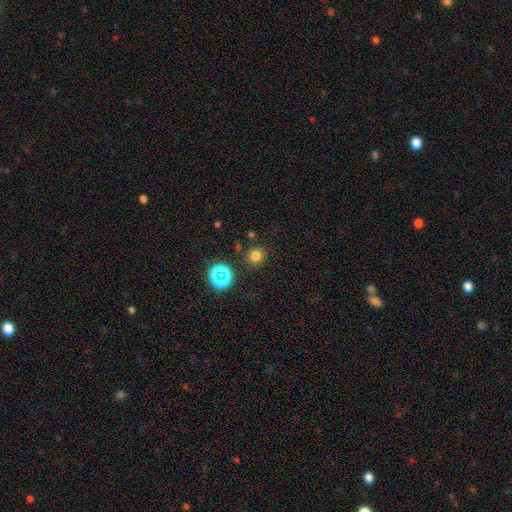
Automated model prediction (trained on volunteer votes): smooth_or_featured: smooth (p=0.75) [alt: star or artifact p=0.20]
how_rounded: round (p=0.90) [alt: in between p=0.09]
merging: none (p=0.85) [alt: minor disturbance p=0.08]